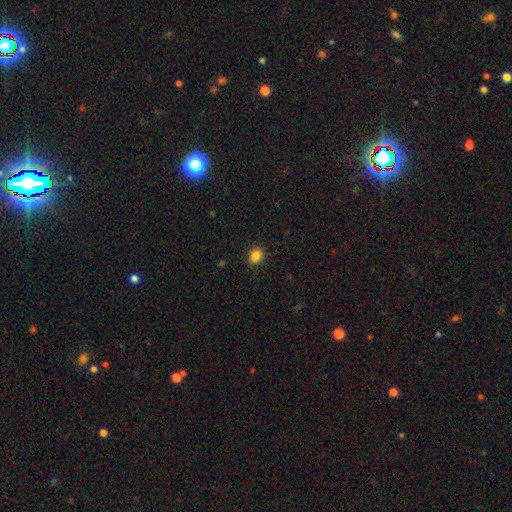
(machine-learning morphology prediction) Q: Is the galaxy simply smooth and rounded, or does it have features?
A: smooth — 86%.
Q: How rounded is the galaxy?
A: in between — 65%.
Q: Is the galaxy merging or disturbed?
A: none — 88%.